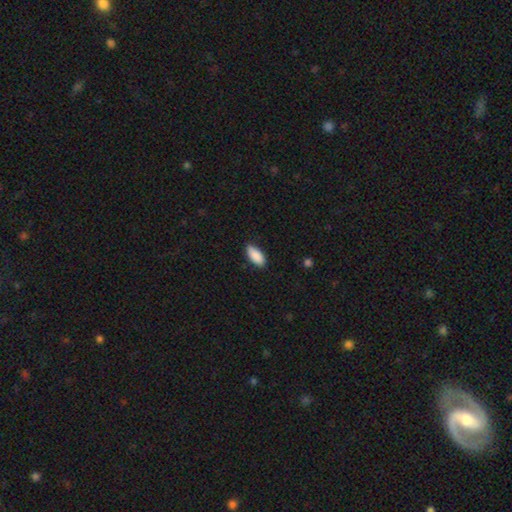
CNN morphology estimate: Q: Smooth or featured?
A: smooth (90%); runner-up: star or artifact (6%)
Q: How rounded?
A: in between (90%); runner-up: cigar-shaped (8%)
Q: Merging?
A: none (86%); runner-up: minor disturbance (11%)